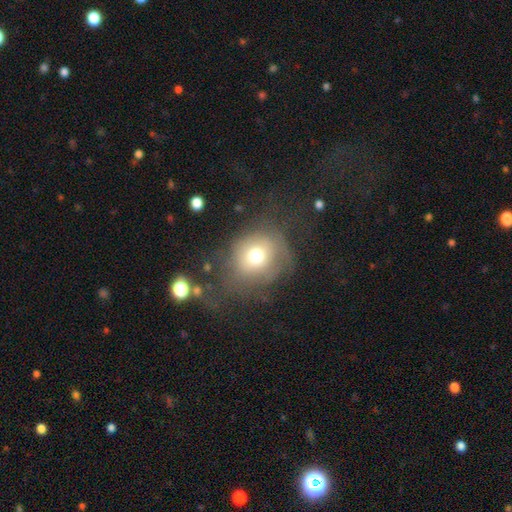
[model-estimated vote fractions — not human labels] The model was most divided on "merging": none: 48%, major disturbance: 28%, minor disturbance: 22%, merger: 3%. More confident: how rounded — round (77%); smooth or featured — smooth (66%).